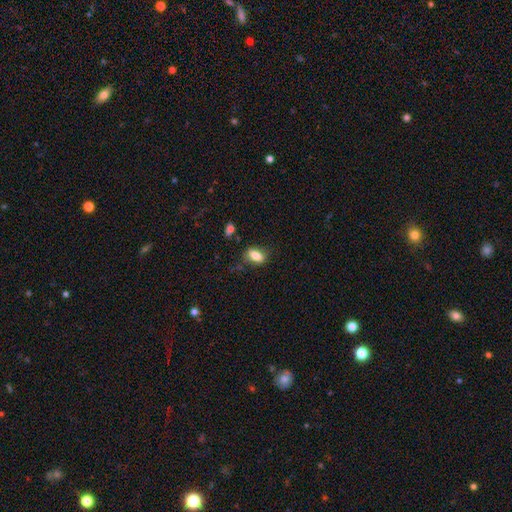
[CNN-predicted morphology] The model was most divided on "merging": none: 74%, minor disturbance: 18%, major disturbance: 5%, merger: 3%. More confident: how rounded — in between (85%); smooth or featured — smooth (81%).